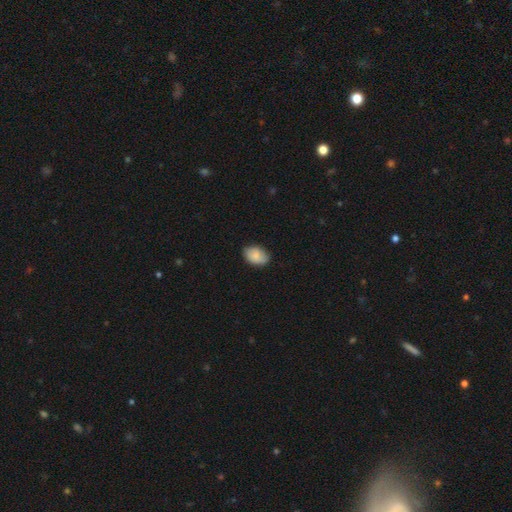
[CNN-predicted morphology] This appears to be a smooth galaxy with no disk features (85%) that is in between round and cigar-shaped (83%). Merging: none (79%).